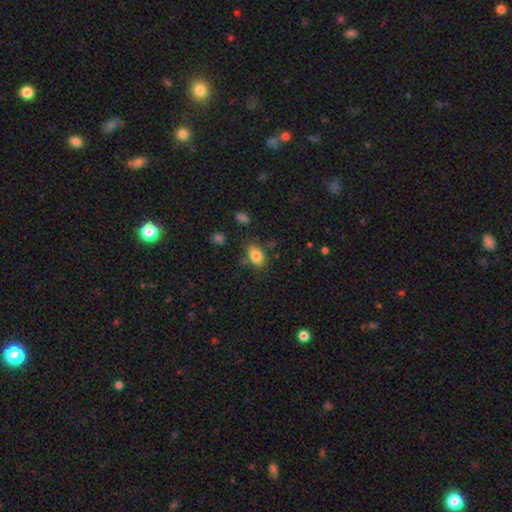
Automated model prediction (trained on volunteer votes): A smooth galaxy with no disk features (81%) that is in between round and cigar-shaped (83%).

Vote fractions:
- Smooth or featured? smooth: 81% / featured or disk: 10% / star or artifact: 9%
- How rounded? in between: 83% / round: 15% / cigar-shaped: 2%
- Merging? none: 76% / minor disturbance: 16% / major disturbance: 4% / merger: 4%